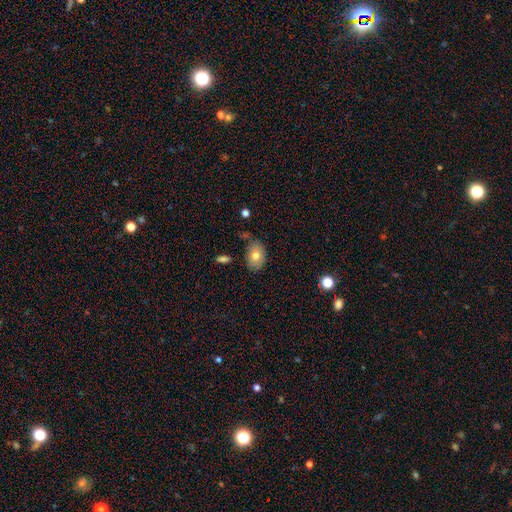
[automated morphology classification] A smooth galaxy with no disk features (76%) that is in between round and cigar-shaped (80%).

Vote fractions:
- Smooth or featured? smooth: 76% / featured or disk: 15% / star or artifact: 8%
- How rounded? in between: 80% / round: 19% / cigar-shaped: 1%
- Merging? none: 74% / minor disturbance: 18% / merger: 4% / major disturbance: 4%